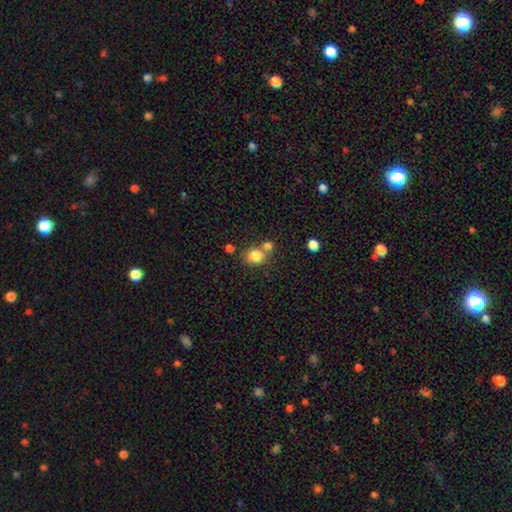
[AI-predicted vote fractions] This appears to be a smooth galaxy with no disk features (83%) that is round (79%). Merging: none (54%).